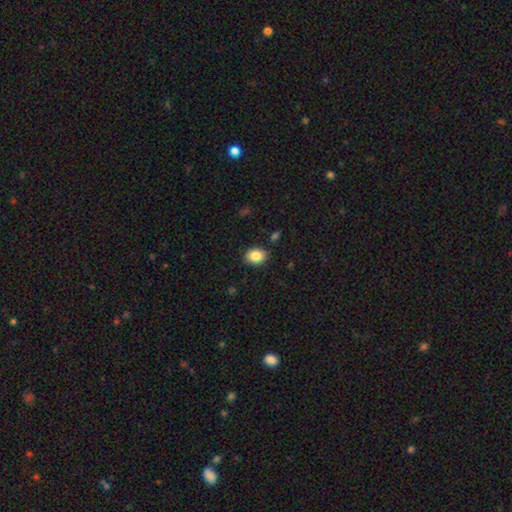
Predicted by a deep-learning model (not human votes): smooth 86%, star or artifact 8%, featured or disk 6%. Down the decision tree: how rounded — in between (60%); merging — none (87%).